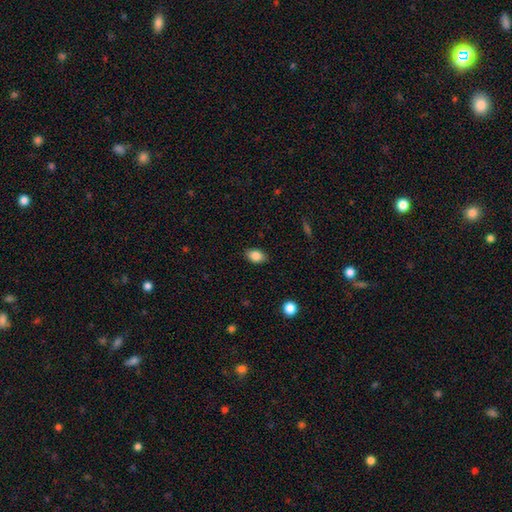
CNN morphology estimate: Smooth or featured?
  - smooth: 85% *
  - star or artifact: 9%
  - featured or disk: 6%
How rounded?
  - in between: 84% *
  - round: 14%
  - cigar-shaped: 2%
Merging?
  - none: 87% *
  - minor disturbance: 10%
  - major disturbance: 2%
  - merger: 1%